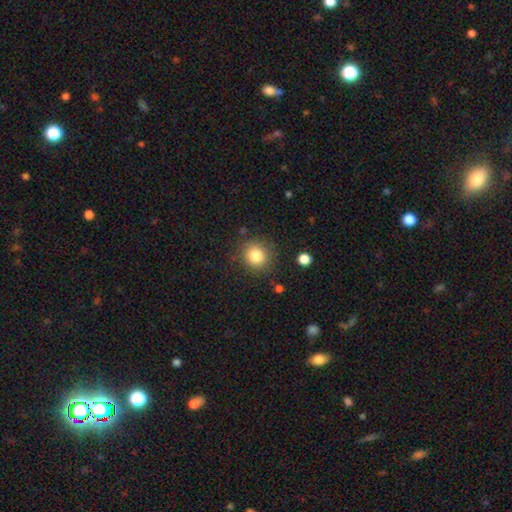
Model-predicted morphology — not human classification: smooth_or_featured: smooth (p=0.82) [alt: star or artifact p=0.11]
how_rounded: round (p=0.86) [alt: in between p=0.13]
merging: none (p=0.84) [alt: minor disturbance p=0.10]